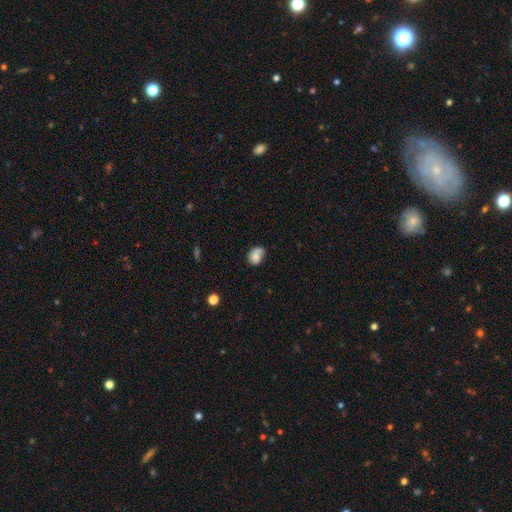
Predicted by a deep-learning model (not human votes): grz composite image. It shows a smooth galaxy with no disk features (70%) that is in between round and cigar-shaped (61%). Merging: none (48%).